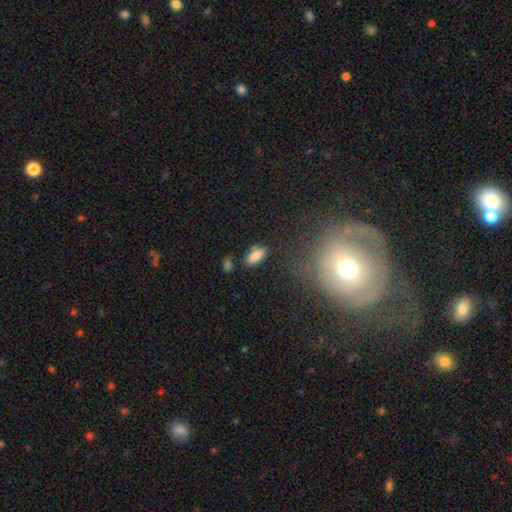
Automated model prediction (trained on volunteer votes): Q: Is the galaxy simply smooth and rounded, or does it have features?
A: smooth — 84%.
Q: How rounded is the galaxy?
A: in between — 83%.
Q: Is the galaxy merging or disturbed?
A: none — 75%.